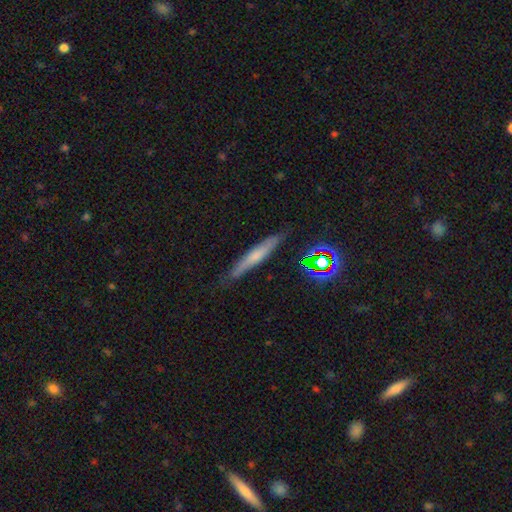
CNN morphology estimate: smooth-or-featured: smooth: 53% | featured or disk: 37% | star or artifact: 11%
  how-rounded: cigar-shaped: 91% | in between: 6% | round: 3%
  merging: none: 83% | minor disturbance: 12% | major disturbance: 2% | merger: 2%